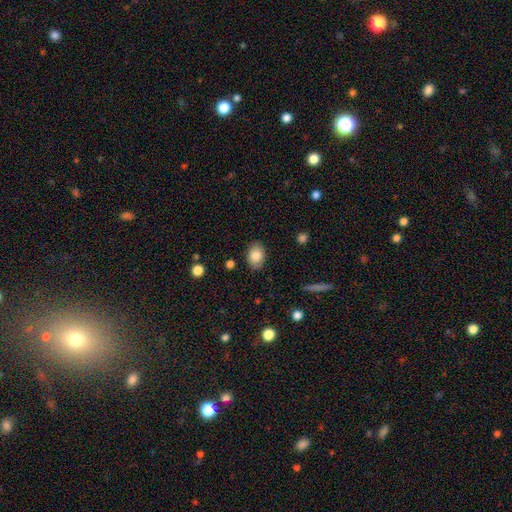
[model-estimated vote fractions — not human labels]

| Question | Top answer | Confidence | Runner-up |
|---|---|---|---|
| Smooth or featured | smooth | 83% | featured or disk (9%) |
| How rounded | in between | 79% | round (20%) |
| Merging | none | 85% | minor disturbance (11%) |